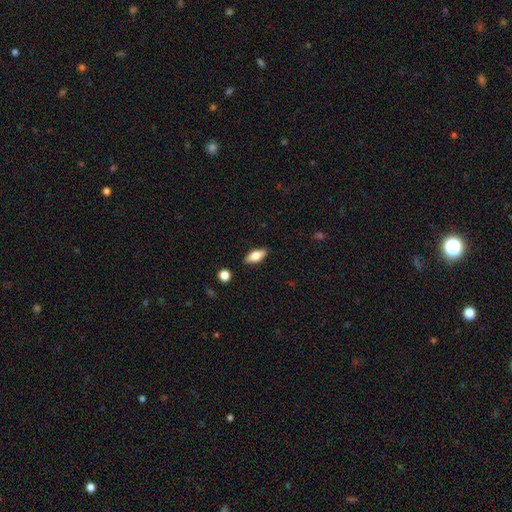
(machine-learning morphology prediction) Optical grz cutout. It shows a smooth galaxy with no disk features (72%) that is in between round and cigar-shaped (80%). Merging: none (87%).